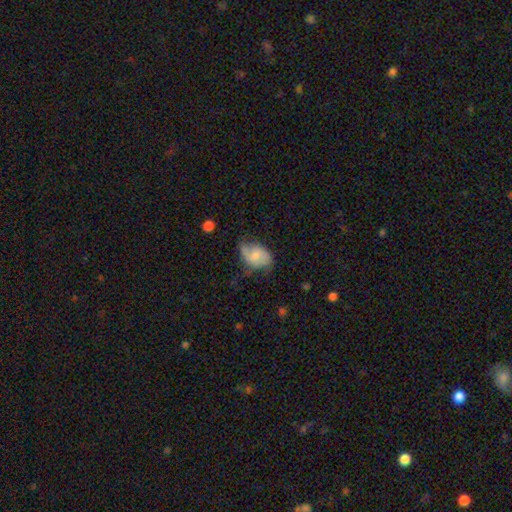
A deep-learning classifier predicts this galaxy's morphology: Smooth or featured?
  - smooth: 53% *
  - featured or disk: 40%
  - star or artifact: 7%
How rounded?
  - in between: 81% *
  - round: 18%
  - cigar-shaped: 1%
Merging?
  - none: 42% *
  - minor disturbance: 38%
  - major disturbance: 18%
  - merger: 3%